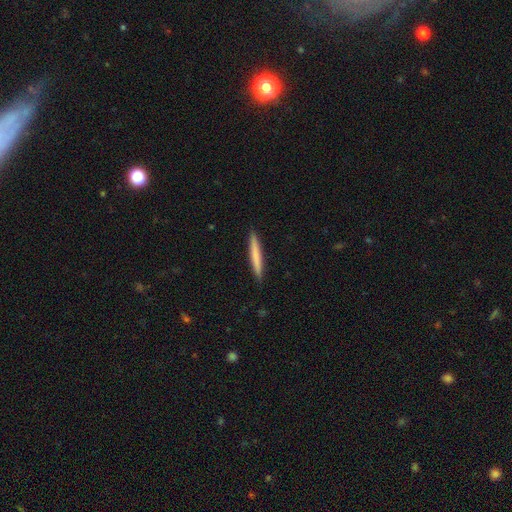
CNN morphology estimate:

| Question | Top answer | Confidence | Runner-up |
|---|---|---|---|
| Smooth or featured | smooth | 70% | featured or disk (25%) |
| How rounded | cigar-shaped | 97% | in between (2%) |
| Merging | none | 92% | minor disturbance (6%) |